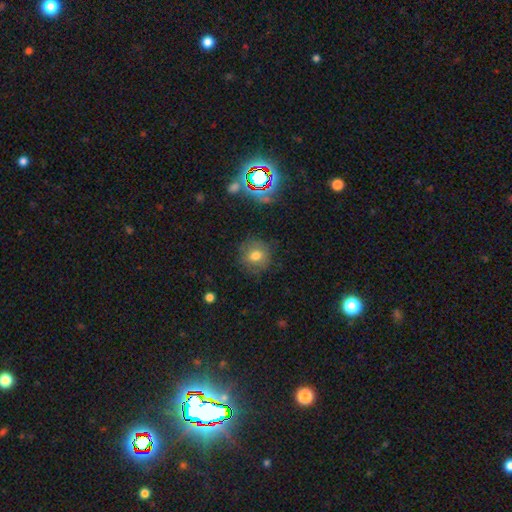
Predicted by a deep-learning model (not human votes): Smooth or featured?
  - smooth: 71% *
  - star or artifact: 15%
  - featured or disk: 14%
How rounded?
  - round: 87% *
  - in between: 12%
  - cigar-shaped: 1%
Merging?
  - none: 80% *
  - minor disturbance: 13%
  - major disturbance: 5%
  - merger: 2%